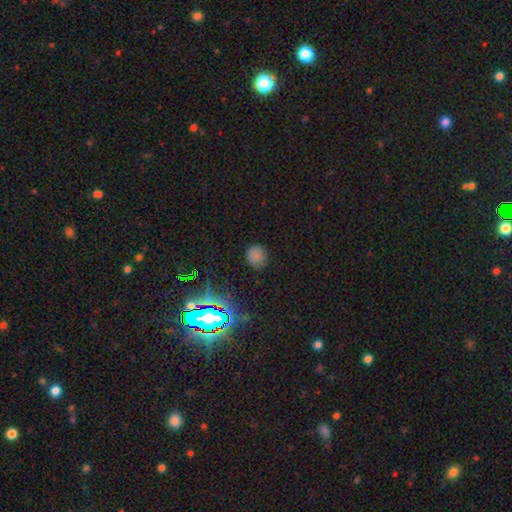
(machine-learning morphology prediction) This appears to be a smooth galaxy with no disk features (70%) that is round (69%). Merging: none (80%).